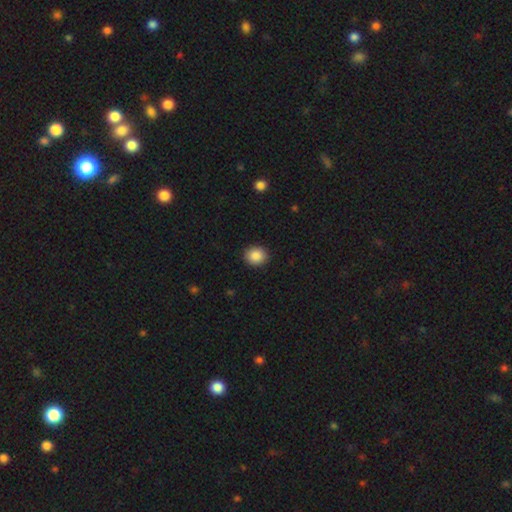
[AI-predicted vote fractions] A smooth galaxy with no disk features (88%) that is round (74%).

Vote fractions:
- Smooth or featured? smooth: 88% / star or artifact: 8% / featured or disk: 3%
- How rounded? round: 74% / in between: 25% / cigar-shaped: 1%
- Merging? none: 91% / minor disturbance: 6% / major disturbance: 2% / merger: 1%